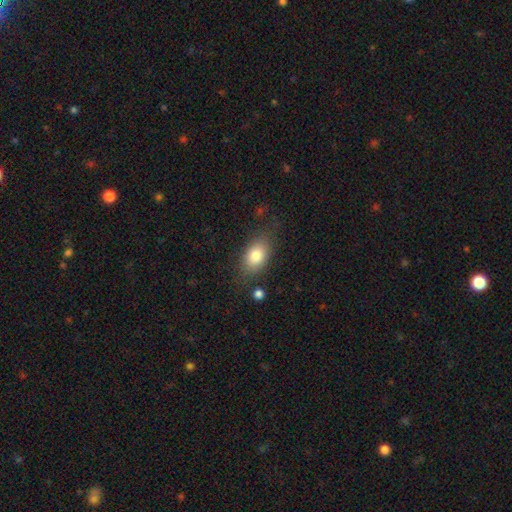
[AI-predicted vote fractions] A smooth galaxy with no disk features (80%) that is in between round and cigar-shaped (83%).

Vote fractions:
- Smooth or featured? smooth: 80% / featured or disk: 12% / star or artifact: 8%
- How rounded? in between: 83% / round: 15% / cigar-shaped: 3%
- Merging? none: 74% / minor disturbance: 16% / major disturbance: 6% / merger: 3%